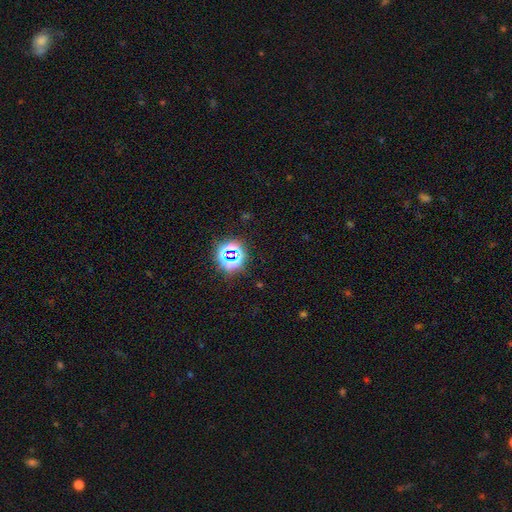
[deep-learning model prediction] Smooth or featured: star or artifact — 77% (smooth — 16%)